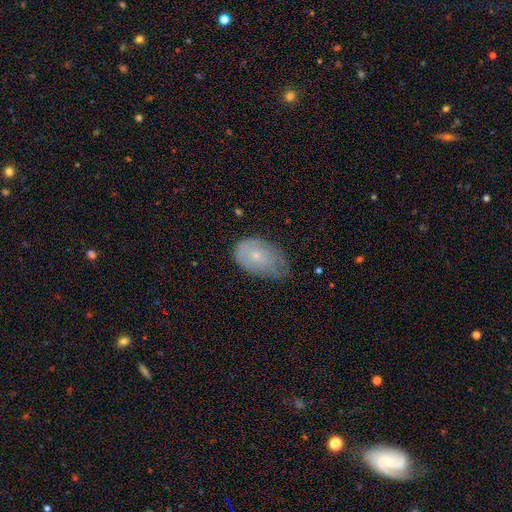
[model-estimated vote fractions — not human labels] Overall: smooth (56%; featured or disk 37%). How rounded: in between (85%). Merging: minor disturbance (44%; none 39%).